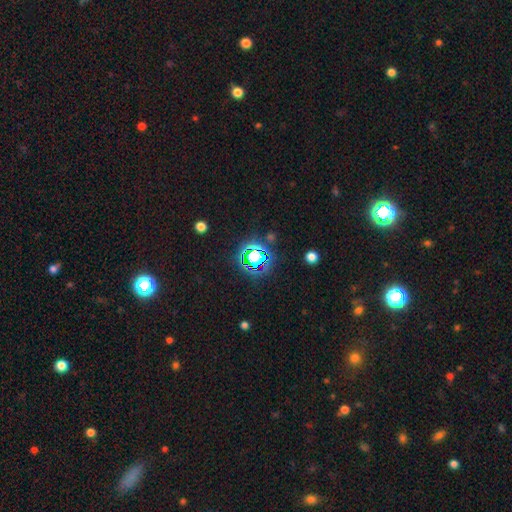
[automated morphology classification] Q: Smooth or featured?
A: star or artifact (68%); runner-up: smooth (21%)